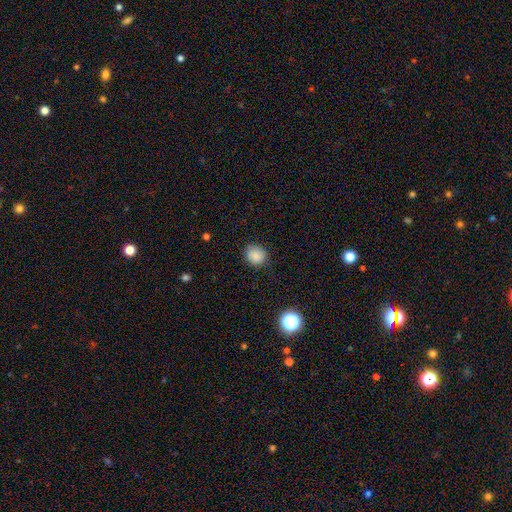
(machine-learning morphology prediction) A smooth galaxy with no disk features (85%) that is round (80%).

Vote fractions:
- Smooth or featured? smooth: 85% / star or artifact: 11% / featured or disk: 4%
- How rounded? round: 80% / in between: 19% / cigar-shaped: 1%
- Merging? none: 84% / minor disturbance: 12% / major disturbance: 3% / merger: 1%